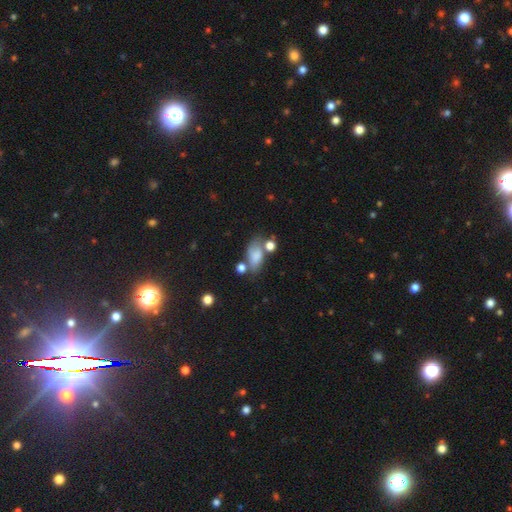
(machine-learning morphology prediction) This is likely a smooth galaxy (72%). How rounded: clearly in between (86%). Merging: marginally none (40%).